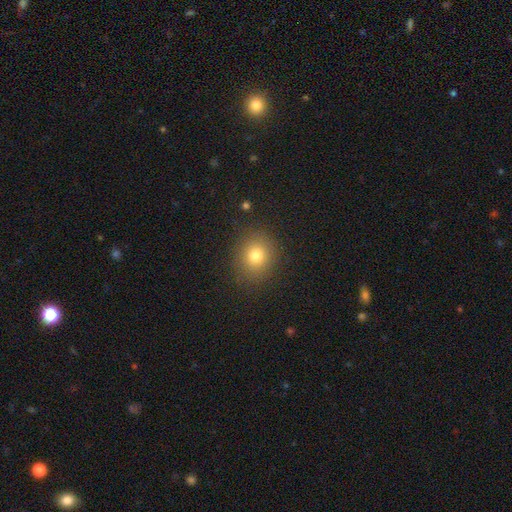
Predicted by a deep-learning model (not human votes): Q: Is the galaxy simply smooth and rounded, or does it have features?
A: smooth — 78%.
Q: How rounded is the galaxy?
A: round — 73%.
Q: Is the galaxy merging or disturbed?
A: none — 87%.